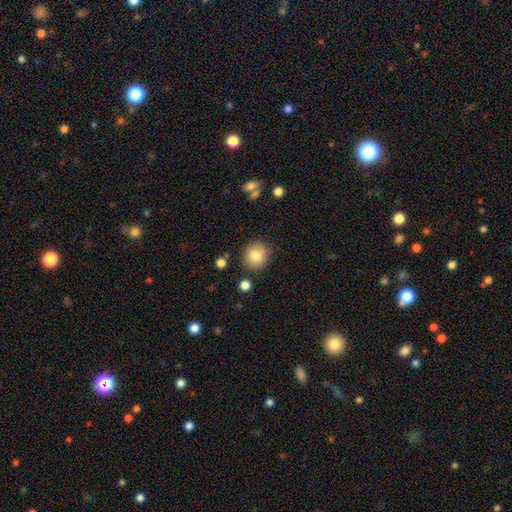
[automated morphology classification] This is clearly a smooth galaxy (80%). How rounded: clearly round (86%). Merging: clearly none (81%).